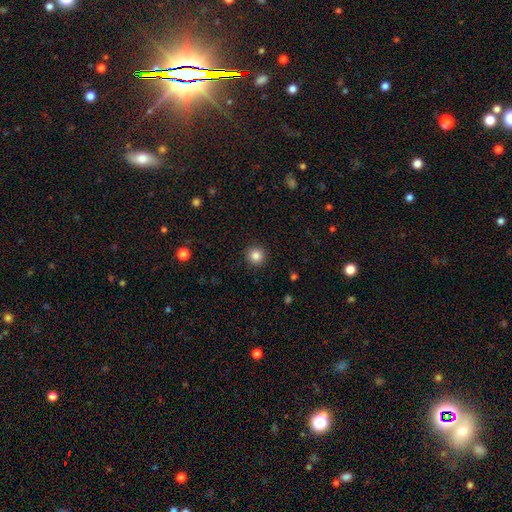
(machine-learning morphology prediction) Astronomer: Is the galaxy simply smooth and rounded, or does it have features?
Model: smooth — 85%.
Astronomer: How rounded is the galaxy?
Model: round — 95%.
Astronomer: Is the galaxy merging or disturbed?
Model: none — 92%.